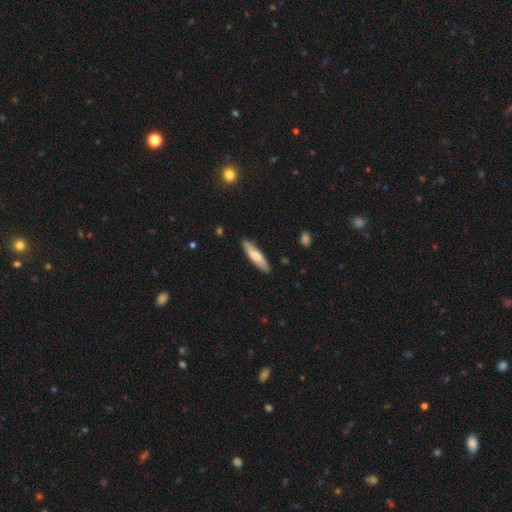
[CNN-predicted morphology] Smooth or featured: smooth — 70% (featured or disk — 25%)
How rounded: cigar-shaped — 76% (in between — 22%)
Merging: none — 87% (minor disturbance — 10%)